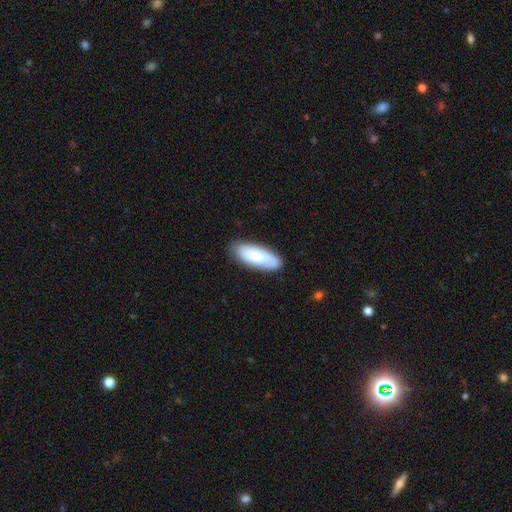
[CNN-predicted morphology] smooth_or_featured: smooth (p=0.71) [alt: featured or disk p=0.23]
how_rounded: in between (p=0.73) [alt: cigar-shaped p=0.25]
merging: none (p=0.81) [alt: minor disturbance p=0.14]